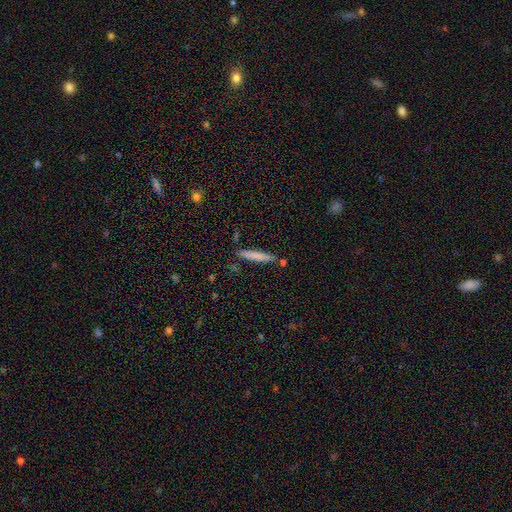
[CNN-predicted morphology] Q: Smooth or featured?
A: smooth (76%); runner-up: featured or disk (17%)
Q: How rounded?
A: cigar-shaped (93%); runner-up: in between (6%)
Q: Merging?
A: none (82%); runner-up: minor disturbance (10%)